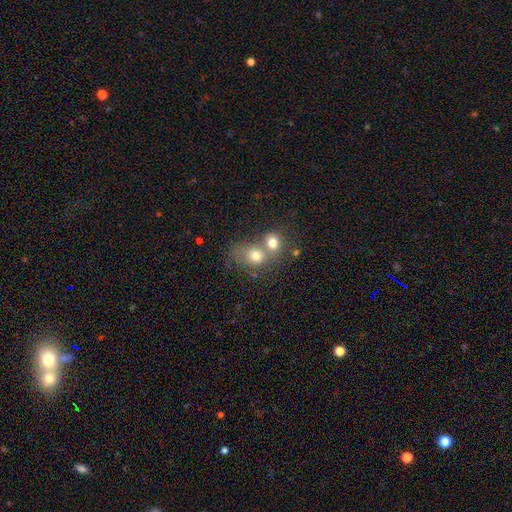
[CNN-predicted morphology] smooth_or_featured: smooth (p=0.72) [alt: featured or disk p=0.15]
how_rounded: round (p=0.61) [alt: in between p=0.37]
merging: merger (p=0.60) [alt: none p=0.26]